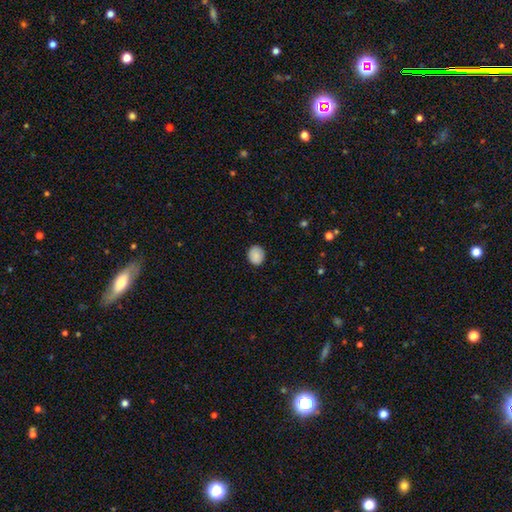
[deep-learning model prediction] A smooth galaxy with no disk features (88%) that is round (71%).

Vote fractions:
- Smooth or featured? smooth: 88% / star or artifact: 8% / featured or disk: 4%
- How rounded? round: 71% / in between: 28% / cigar-shaped: 1%
- Merging? none: 88% / minor disturbance: 9% / major disturbance: 2% / merger: 1%